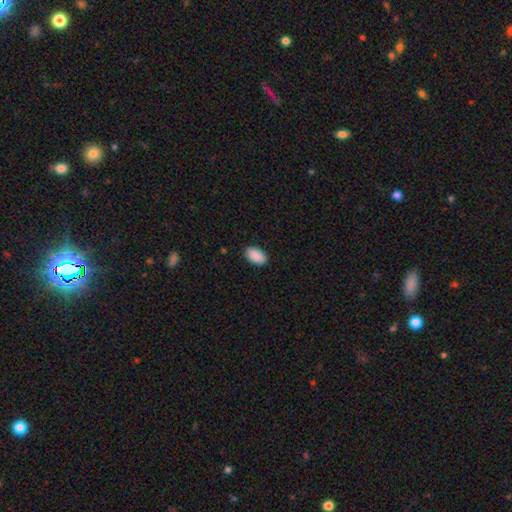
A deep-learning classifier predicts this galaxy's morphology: Q: Smooth or featured?
A: smooth (91%); runner-up: star or artifact (6%)
Q: How rounded?
A: in between (95%); runner-up: round (4%)
Q: Merging?
A: none (89%); runner-up: minor disturbance (8%)